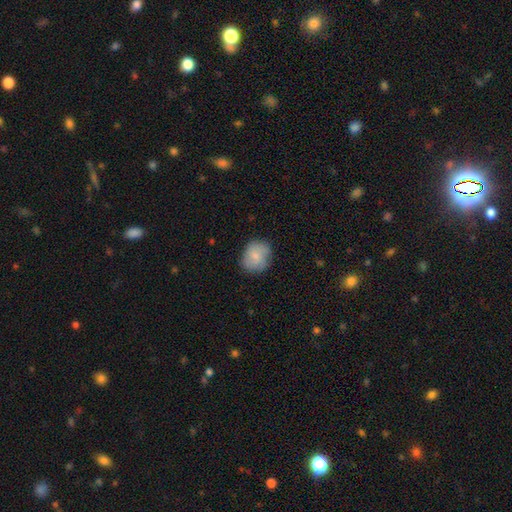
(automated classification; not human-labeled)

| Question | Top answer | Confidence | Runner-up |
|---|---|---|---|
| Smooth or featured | smooth | 78% | featured or disk (16%) |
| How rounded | round | 69% | in between (30%) |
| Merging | none | 74% | minor disturbance (20%) |